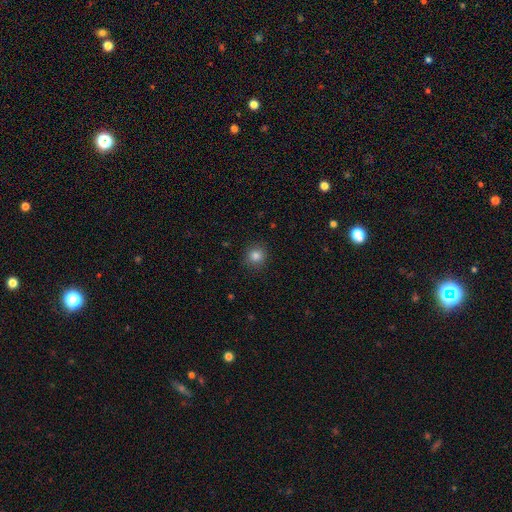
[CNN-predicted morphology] A smooth galaxy with no disk features (83%) that is round (92%). Merging: none (90%).